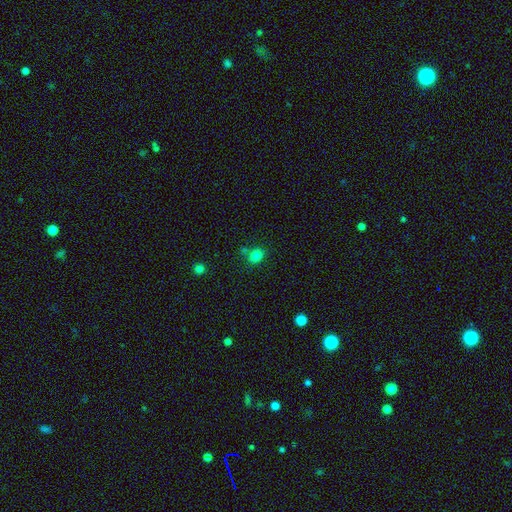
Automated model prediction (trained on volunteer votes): A smooth galaxy with no disk features (82%) that is round (61%).

Vote fractions:
- Smooth or featured? smooth: 82% / star or artifact: 13% / featured or disk: 5%
- How rounded? round: 61% / in between: 38% / cigar-shaped: 1%
- Merging? none: 70% / merger: 13% / minor disturbance: 13% / major disturbance: 4%